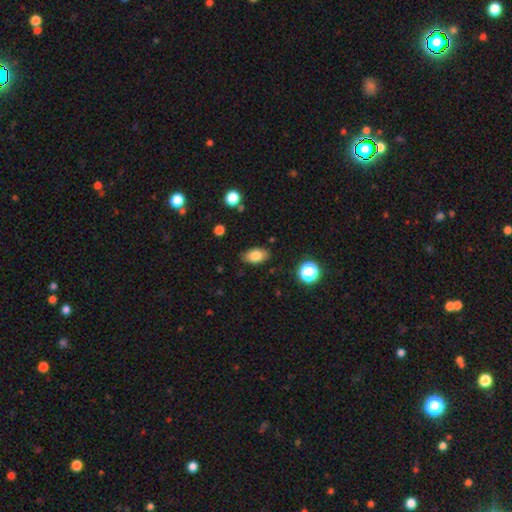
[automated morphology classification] A smooth galaxy with no disk features (81%) that is in between round and cigar-shaped (89%). Merging: none (85%).